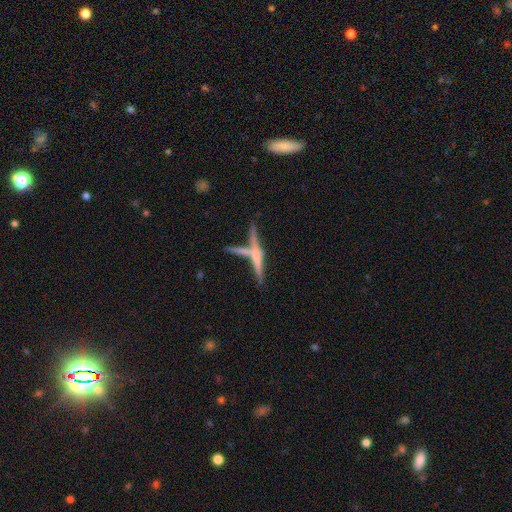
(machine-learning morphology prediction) Smooth or featured: featured or disk — 56% (smooth — 33%)
Edge-on disk: yes — 90% (no — 10%)
Edge-on bulge: none — 52% (rounded — 38%)
Merging: none — 51% (merger — 34%)